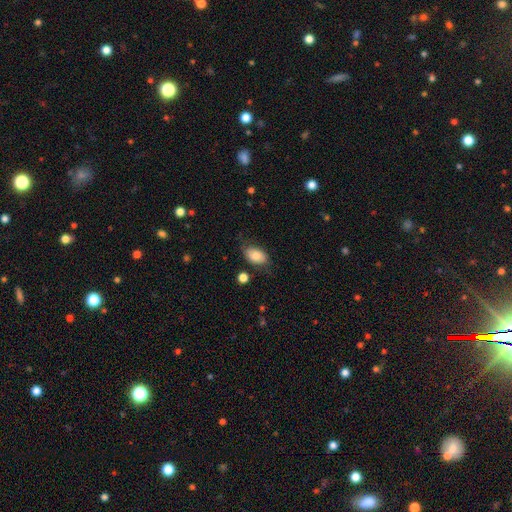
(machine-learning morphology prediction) Q: Smooth or featured?
A: smooth (78%); runner-up: featured or disk (15%)
Q: How rounded?
A: in between (88%); runner-up: round (11%)
Q: Merging?
A: none (68%); runner-up: minor disturbance (22%)